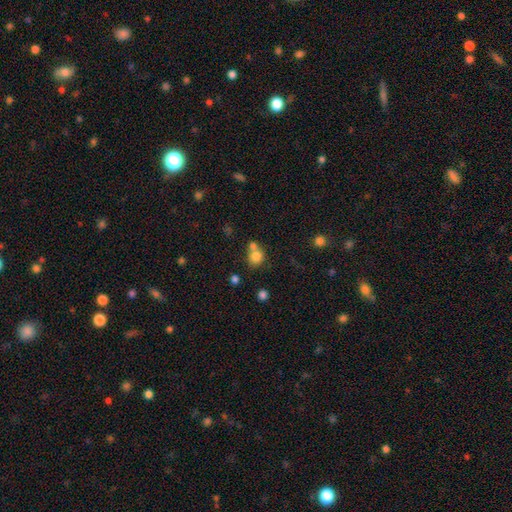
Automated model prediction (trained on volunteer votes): Smooth or featured? smooth (80%)
How rounded? round (82%)
Merging? none (48%)